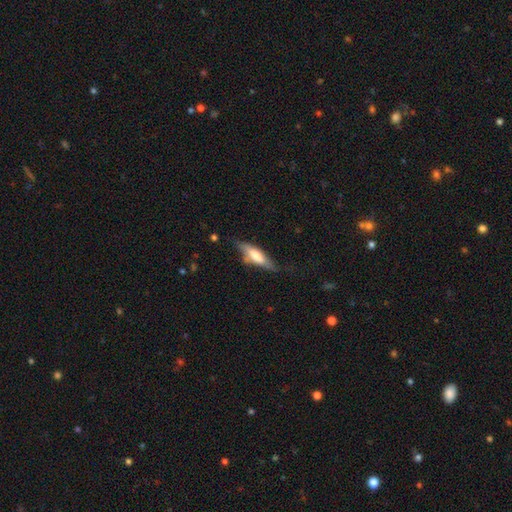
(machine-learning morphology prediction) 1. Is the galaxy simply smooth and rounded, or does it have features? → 55% smooth, 38% featured or disk, 6% star or artifact.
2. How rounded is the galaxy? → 58% cigar-shaped, 40% in between, 2% round.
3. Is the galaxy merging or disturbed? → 61% none, 26% minor disturbance, 8% major disturbance, 5% merger.